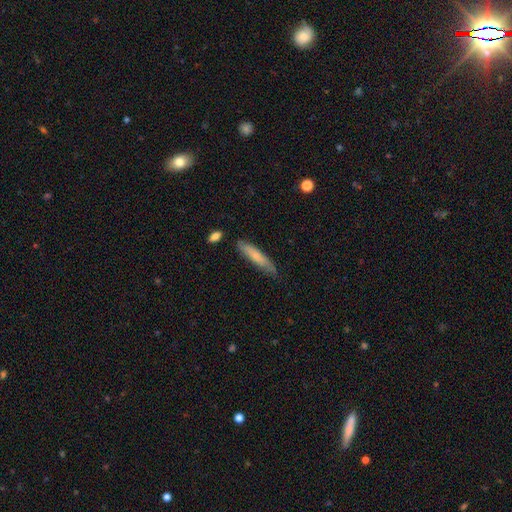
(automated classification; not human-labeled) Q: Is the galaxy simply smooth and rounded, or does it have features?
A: smooth — 68%.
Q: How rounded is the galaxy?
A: cigar-shaped — 85%.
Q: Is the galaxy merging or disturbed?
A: none — 72%.